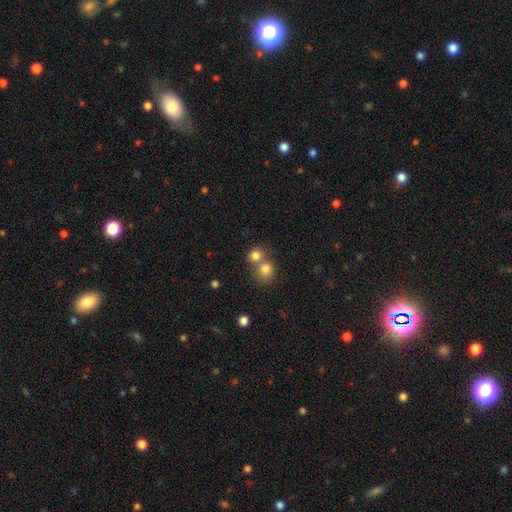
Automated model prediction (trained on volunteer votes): Overall: smooth (80%). How rounded: round (79%). Merging: merger (48%; none 43%).